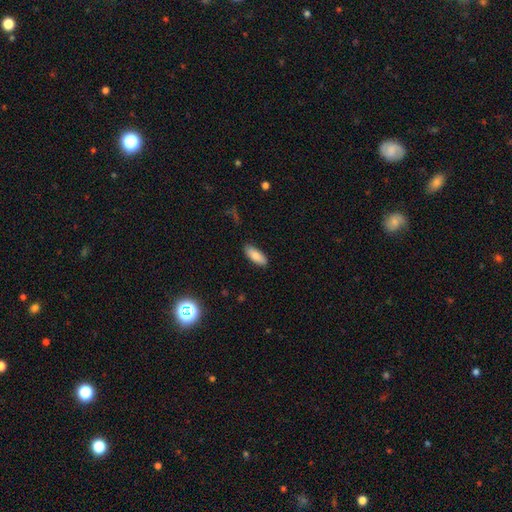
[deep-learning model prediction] Smooth or featured?
  - smooth: 84% *
  - featured or disk: 9%
  - star or artifact: 7%
How rounded?
  - in between: 76% *
  - cigar-shaped: 22%
  - round: 2%
Merging?
  - none: 87% *
  - minor disturbance: 10%
  - major disturbance: 2%
  - merger: 1%